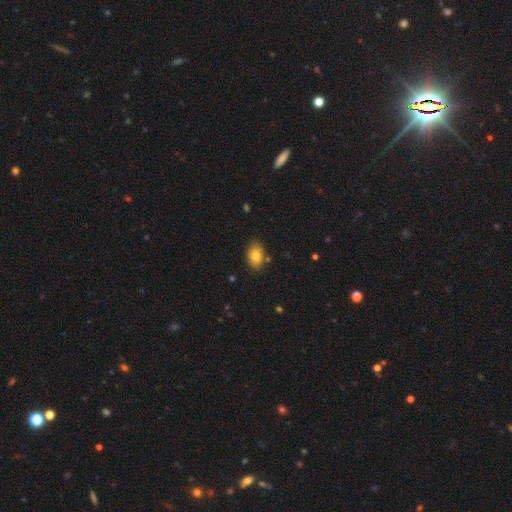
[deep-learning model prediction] Overall: smooth (82%). How rounded: in between (86%). Merging: none (83%).